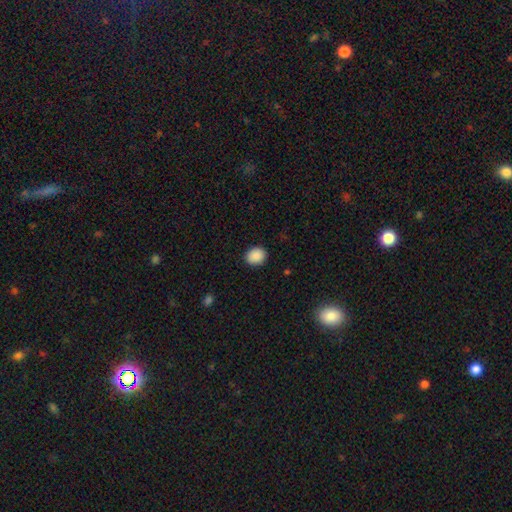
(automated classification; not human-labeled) The model was most divided on "how rounded": round: 59%, in between: 40%, cigar-shaped: 1%. More confident: merging — none (90%); smooth or featured — smooth (90%).